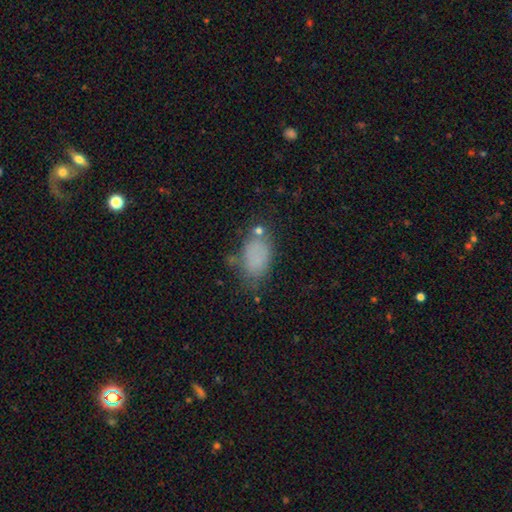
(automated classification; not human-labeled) Smooth or featured? Predicted: smooth (p=0.75). How rounded? Predicted: in between (p=0.89). Merging? Predicted: none (p=0.59).